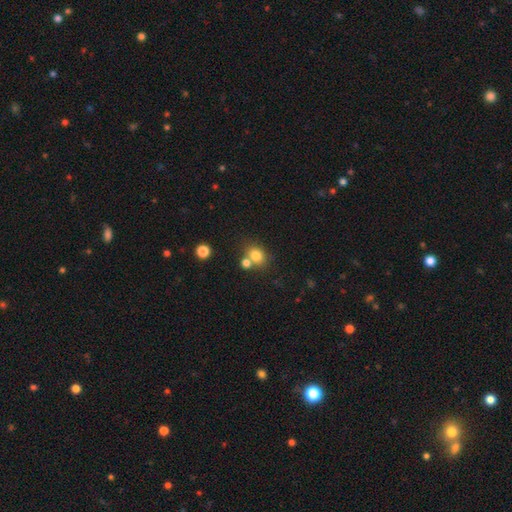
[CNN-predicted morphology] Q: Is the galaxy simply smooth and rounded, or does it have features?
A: smooth — 79%.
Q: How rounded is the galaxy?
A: round — 63%.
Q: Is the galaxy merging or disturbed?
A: none — 57%.